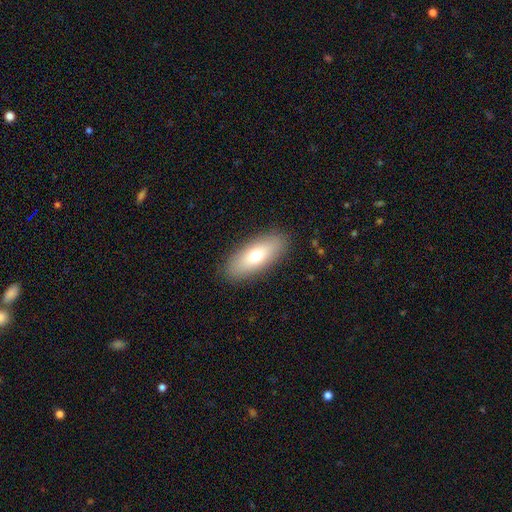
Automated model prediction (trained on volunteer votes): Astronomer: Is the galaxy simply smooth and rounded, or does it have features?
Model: smooth — 70%.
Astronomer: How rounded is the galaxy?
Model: in between — 79%.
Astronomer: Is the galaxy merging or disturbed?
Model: none — 88%.